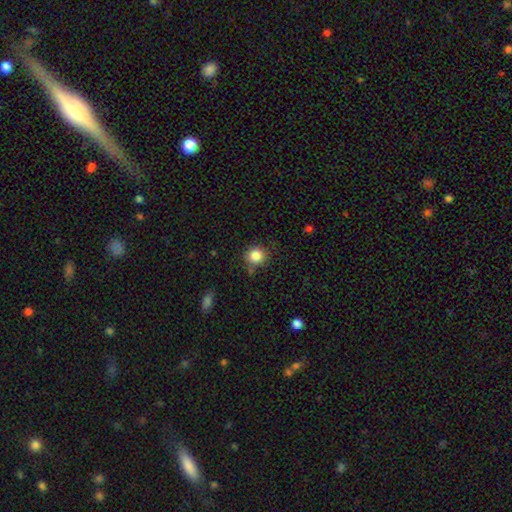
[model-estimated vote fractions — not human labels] Smooth or featured?
  - smooth: 84% *
  - star or artifact: 11%
  - featured or disk: 5%
How rounded?
  - round: 90% *
  - in between: 9%
  - cigar-shaped: 1%
Merging?
  - none: 79% *
  - minor disturbance: 13%
  - merger: 4%
  - major disturbance: 4%